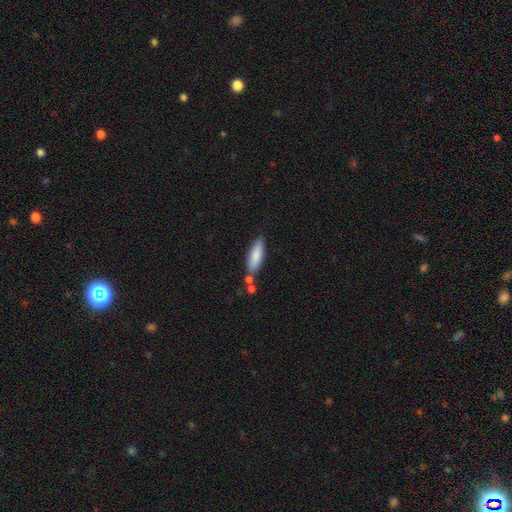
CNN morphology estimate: A smooth galaxy with no disk features (83%) that is cigar-shaped (53%).

Vote fractions:
- Smooth or featured? smooth: 83% / featured or disk: 11% / star or artifact: 6%
- How rounded? cigar-shaped: 53% / in between: 45% / round: 2%
- Merging? none: 73% / minor disturbance: 14% / merger: 10% / major disturbance: 3%